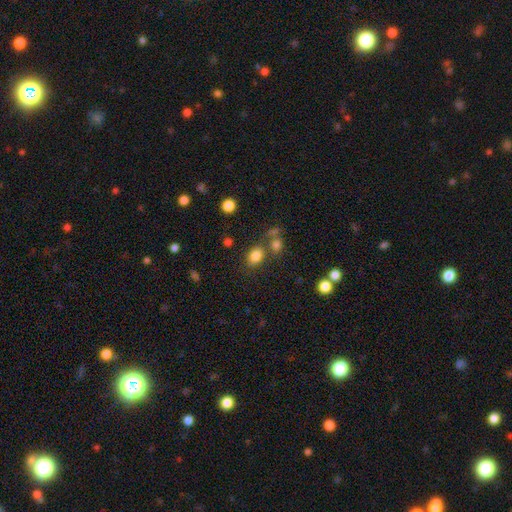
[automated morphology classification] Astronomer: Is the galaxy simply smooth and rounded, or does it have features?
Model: smooth — 82%.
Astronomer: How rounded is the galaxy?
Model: in between — 63%.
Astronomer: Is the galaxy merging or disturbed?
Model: none — 68%.